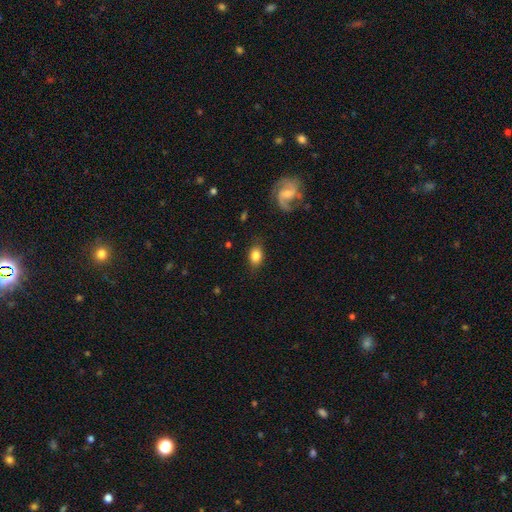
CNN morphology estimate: A smooth galaxy with no disk features (79%) that is in between round and cigar-shaped (75%).

Vote fractions:
- Smooth or featured? smooth: 79% / featured or disk: 13% / star or artifact: 8%
- How rounded? in between: 75% / round: 23% / cigar-shaped: 2%
- Merging? none: 80% / minor disturbance: 14% / major disturbance: 5% / merger: 2%